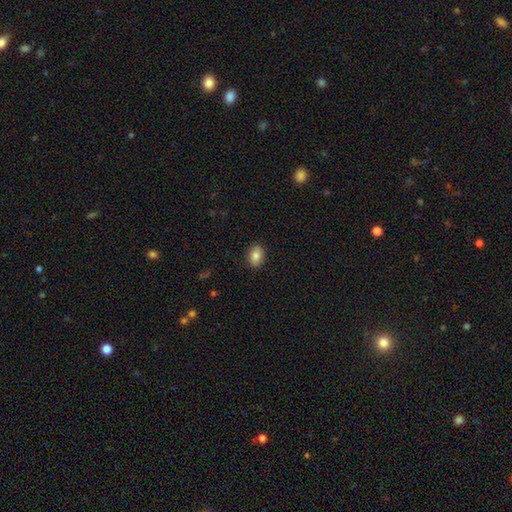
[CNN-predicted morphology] smooth_or_featured: smooth (p=0.85) [alt: star or artifact p=0.08]
how_rounded: in between (p=0.75) [alt: round p=0.23]
merging: none (p=0.88) [alt: minor disturbance p=0.09]